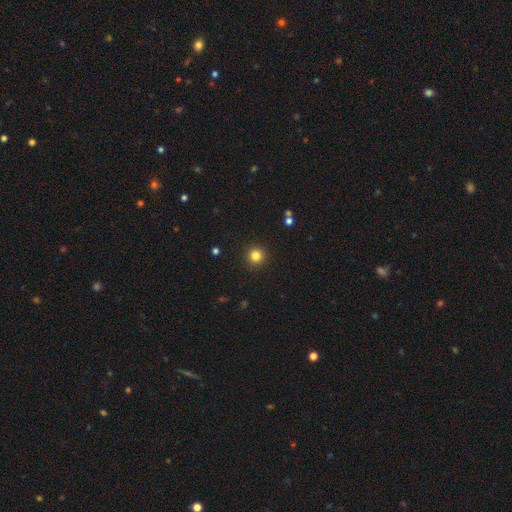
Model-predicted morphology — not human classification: type=smooth (83%); roundness=round (96%); merging=none (92%).